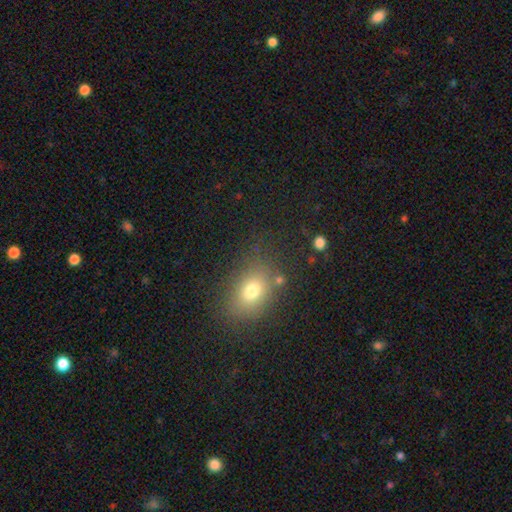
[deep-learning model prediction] This is likely a smooth galaxy (67%). How rounded: likely in between (63%). Merging: likely none (77%).